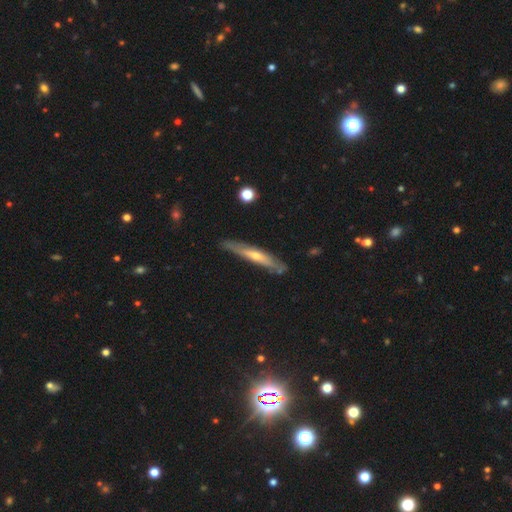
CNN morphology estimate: Overall: featured or disk (62%; smooth 32%). Edge-on disk: yes (84%). Edge-on bulge: rounded (66%; none 28%). Merging: none (81%).